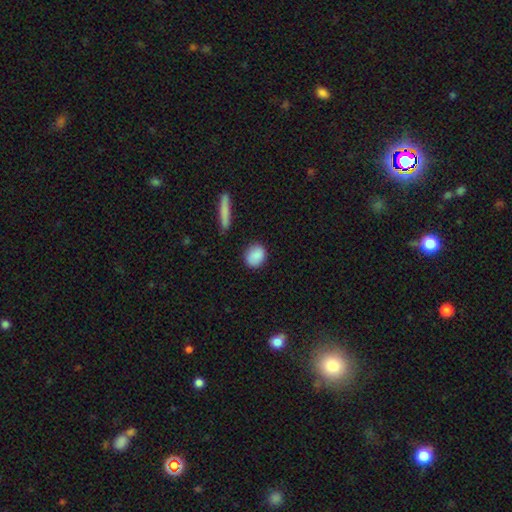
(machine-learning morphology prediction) Smooth or featured?
  - smooth: 88% *
  - star or artifact: 7%
  - featured or disk: 5%
How rounded?
  - round: 59% *
  - in between: 39%
  - cigar-shaped: 2%
Merging?
  - none: 85% *
  - minor disturbance: 11%
  - major disturbance: 3%
  - merger: 2%